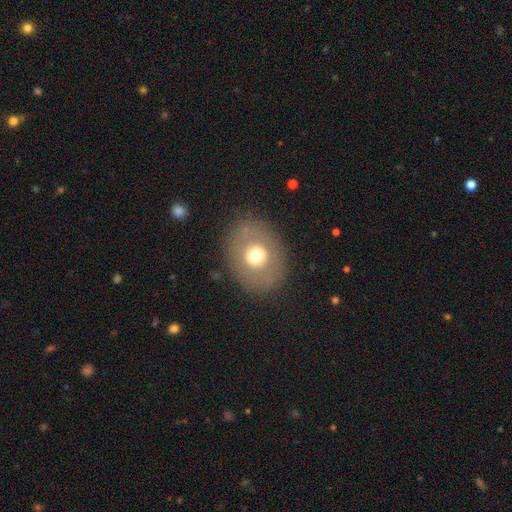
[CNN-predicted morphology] type=smooth (61%); roundness=round (57%); merging=none (84%).